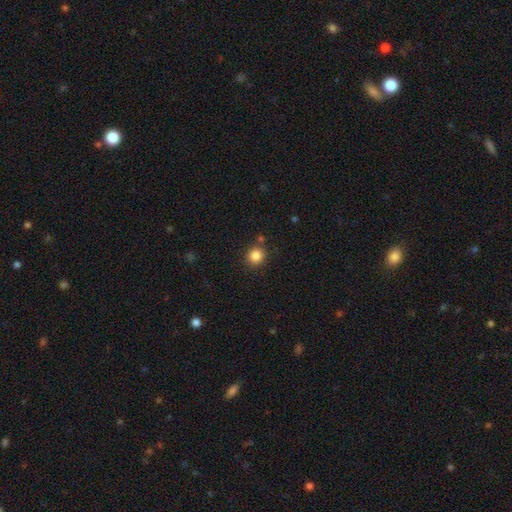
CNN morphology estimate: A smooth galaxy with no disk features (85%) that is round (90%). Merging: none (85%).